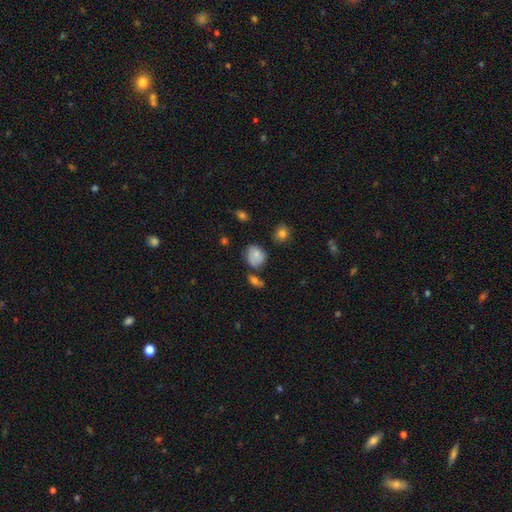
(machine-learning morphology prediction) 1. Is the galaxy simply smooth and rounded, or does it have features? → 76% smooth, 13% featured or disk, 10% star or artifact.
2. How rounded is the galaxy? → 66% round, 32% in between, 1% cigar-shaped.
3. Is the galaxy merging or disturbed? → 65% none, 20% minor disturbance, 9% merger, 5% major disturbance.